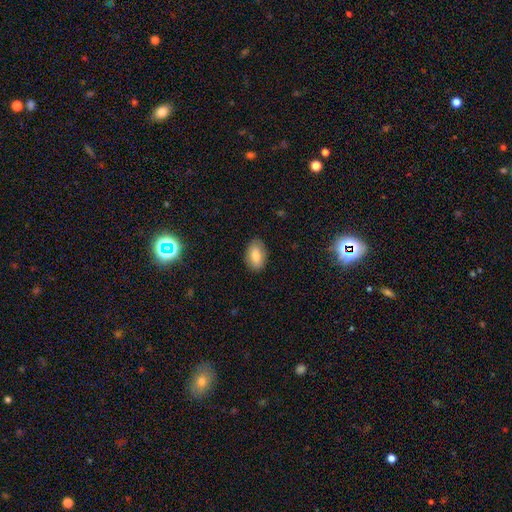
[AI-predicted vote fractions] Smooth or featured?
  - smooth: 80% *
  - featured or disk: 13%
  - star or artifact: 7%
How rounded?
  - in between: 90% *
  - round: 8%
  - cigar-shaped: 2%
Merging?
  - none: 86% *
  - minor disturbance: 10%
  - major disturbance: 2%
  - merger: 1%